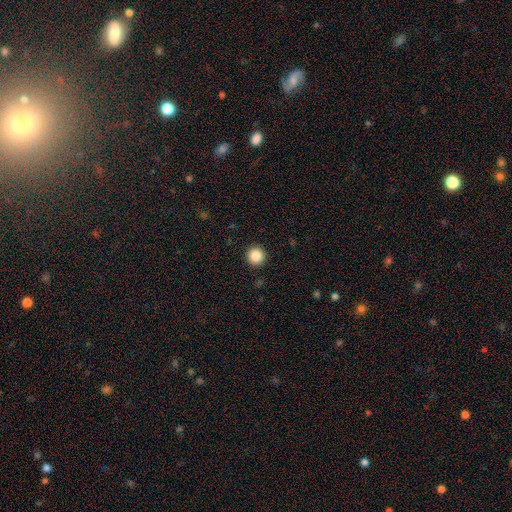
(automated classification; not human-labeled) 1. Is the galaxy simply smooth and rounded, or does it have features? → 87% smooth, 10% star or artifact, 4% featured or disk.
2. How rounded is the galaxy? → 95% round, 4% in between, 1% cigar-shaped.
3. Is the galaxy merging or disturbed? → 93% none, 5% minor disturbance, 2% major disturbance, 1% merger.